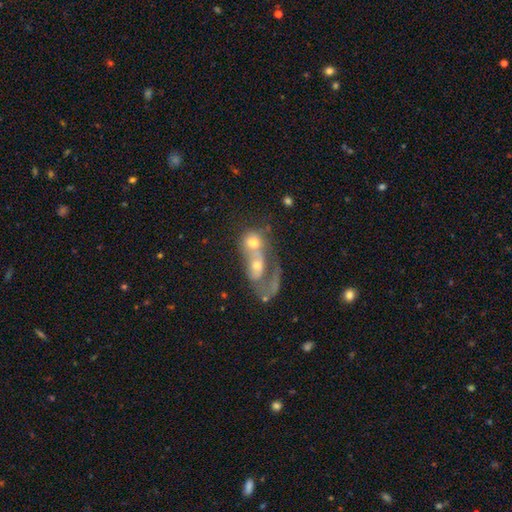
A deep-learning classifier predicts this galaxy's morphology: This is possibly a featured or disk galaxy (58%). It is clearly not viewed edge-on (91%). Bar: likely no (78%). Spiral arm pattern: possibly no (56%). Central bulge: possibly moderate (51%). Merging: likely merger (69%).